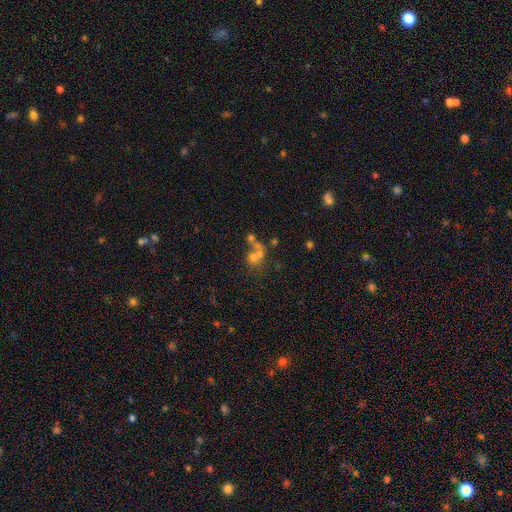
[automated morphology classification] type=smooth (49%); merging=merger (54%).